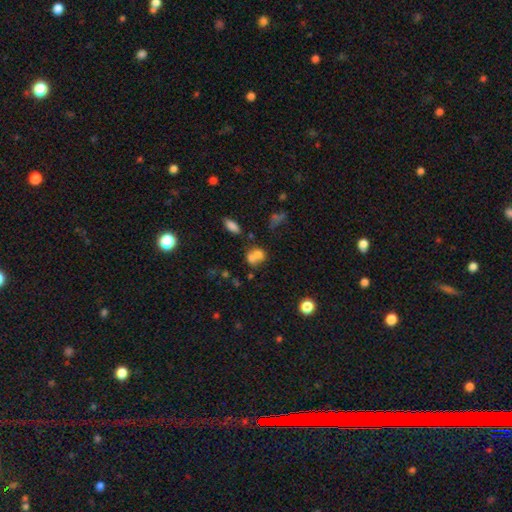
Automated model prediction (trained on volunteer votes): Overall: smooth (68%). How rounded: round (59%; in between 39%). Merging: merger (60%; none 27%).